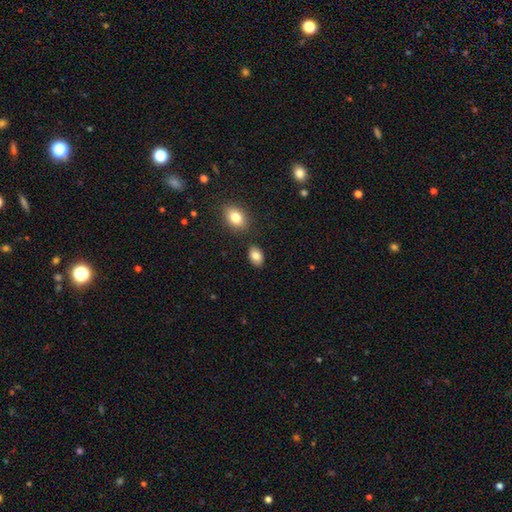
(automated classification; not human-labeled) The model was most divided on "merging": none: 83%, minor disturbance: 10%, merger: 5%, major disturbance: 2%. More confident: how rounded — in between (86%); smooth or featured — smooth (85%).